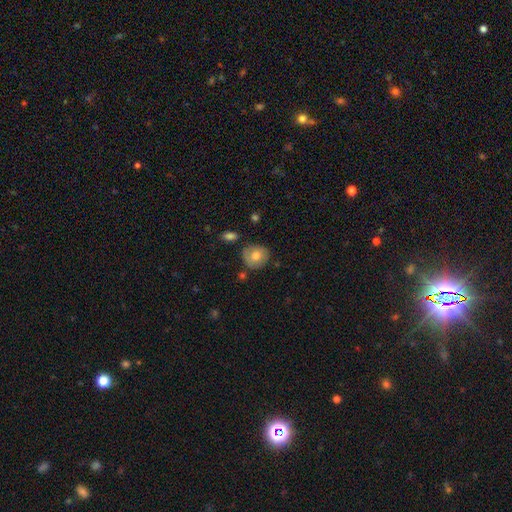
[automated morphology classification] A smooth galaxy with no disk features (68%) that is round (80%).

Vote fractions:
- Smooth or featured? smooth: 68% / featured or disk: 24% / star or artifact: 7%
- How rounded? round: 80% / in between: 19% / cigar-shaped: 1%
- Merging? none: 75% / minor disturbance: 17% / merger: 4% / major disturbance: 4%